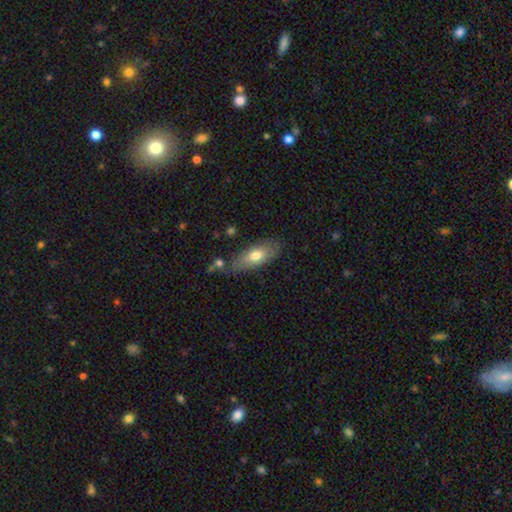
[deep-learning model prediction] smooth 69%, featured or disk 24%, star or artifact 7%. Down the decision tree: how rounded — in between (79%); merging — none (68%).